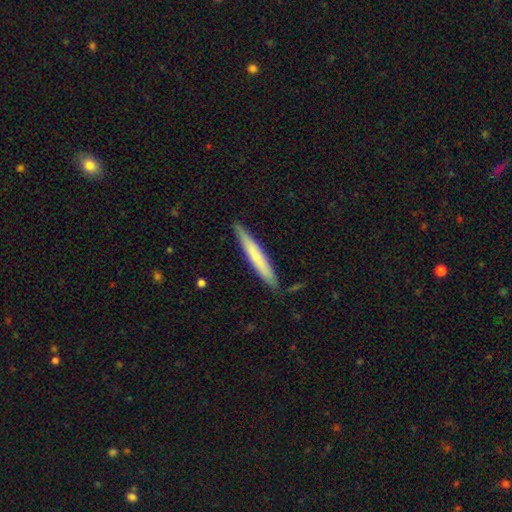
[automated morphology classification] Q: Smooth or featured?
A: smooth (64%); runner-up: featured or disk (31%)
Q: How rounded?
A: cigar-shaped (95%); runner-up: in between (4%)
Q: Merging?
A: none (88%); runner-up: minor disturbance (9%)